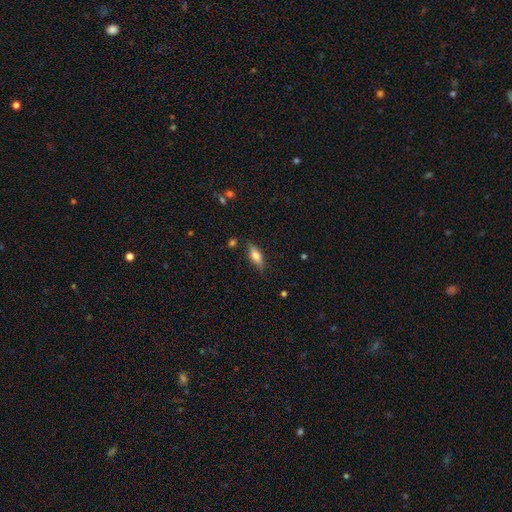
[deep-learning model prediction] This appears to be a smooth galaxy with no disk features (60%) that is in between round and cigar-shaped (60%). Merging: none (82%).